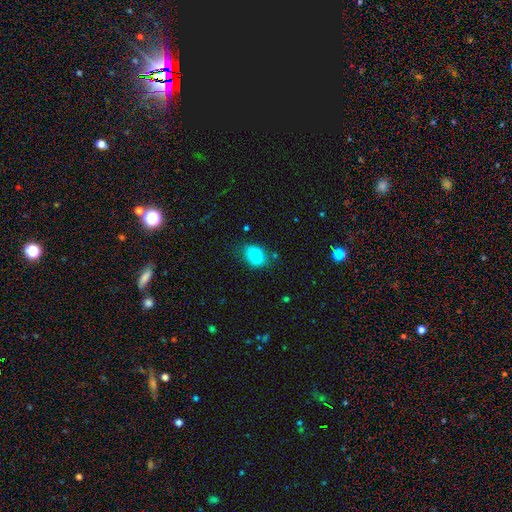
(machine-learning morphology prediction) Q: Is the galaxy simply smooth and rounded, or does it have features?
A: smooth — 81%.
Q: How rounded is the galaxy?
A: in between — 64%.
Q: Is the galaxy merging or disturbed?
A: none — 71%.